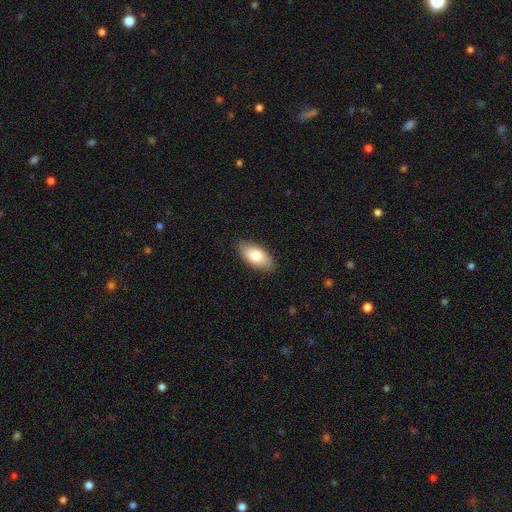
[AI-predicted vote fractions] Q: Smooth or featured?
A: smooth (80%); runner-up: featured or disk (14%)
Q: How rounded?
A: in between (92%); runner-up: cigar-shaped (6%)
Q: Merging?
A: none (86%); runner-up: minor disturbance (11%)